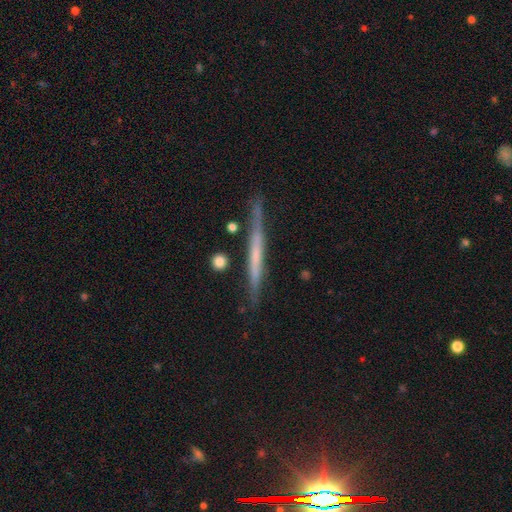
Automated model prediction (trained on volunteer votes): Smooth or featured? Predicted: featured or disk (p=0.57). Edge-on disk? Predicted: yes (p=0.97). Edge-on bulge? Predicted: none (p=0.84). Merging? Predicted: none (p=0.84).